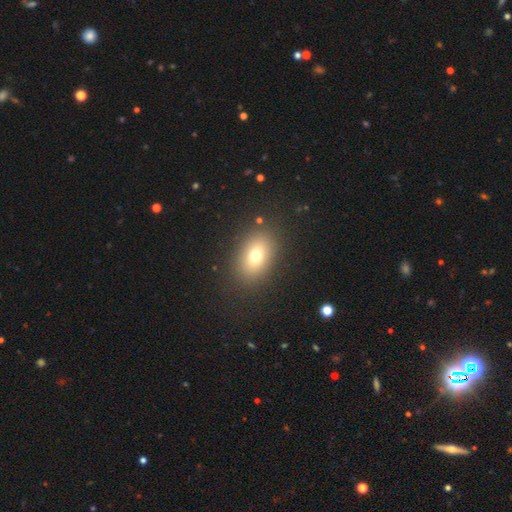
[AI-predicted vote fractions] Smooth or featured? Predicted: smooth (p=0.73). How rounded? Predicted: in between (p=0.76). Merging? Predicted: none (p=0.87).